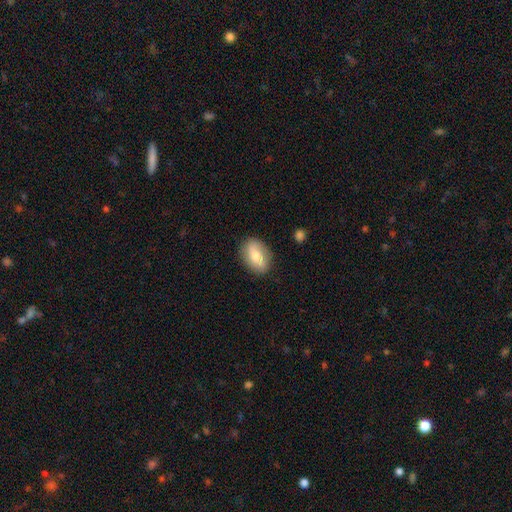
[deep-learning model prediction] A smooth galaxy with no disk features (60%) that is in between round and cigar-shaped (84%).

Vote fractions:
- Smooth or featured? smooth: 60% / featured or disk: 32% / star or artifact: 7%
- How rounded? in between: 84% / round: 12% / cigar-shaped: 4%
- Merging? none: 85% / minor disturbance: 11% / major disturbance: 3% / merger: 1%